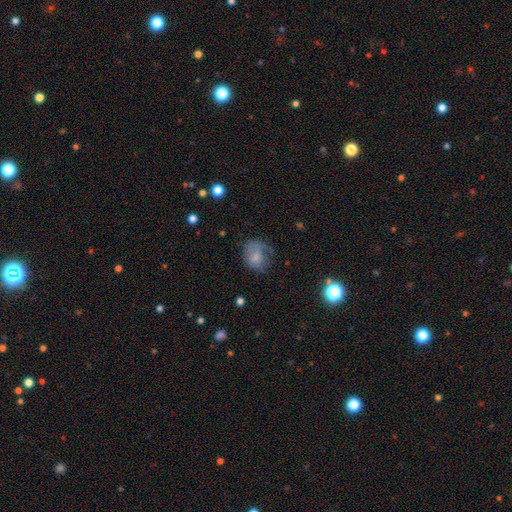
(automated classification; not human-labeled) A smooth galaxy with no disk features (66%) that is round (50%).

Vote fractions:
- Smooth or featured? smooth: 66% / featured or disk: 22% / star or artifact: 11%
- How rounded? round: 50% / in between: 49% / cigar-shaped: 1%
- Merging? none: 40% / major disturbance: 29% / minor disturbance: 28% / merger: 2%